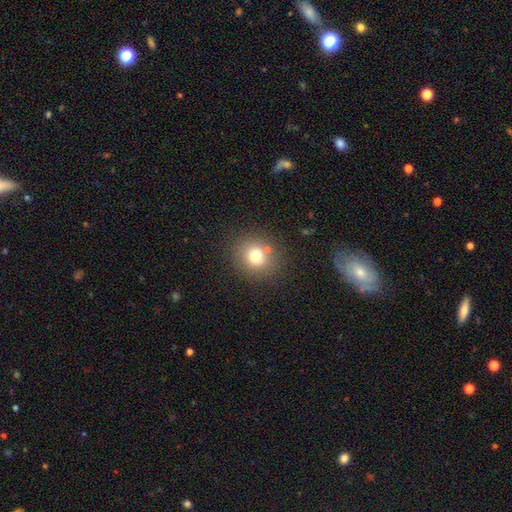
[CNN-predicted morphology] smooth-or-featured: smooth: 73% | star or artifact: 15% | featured or disk: 12%
  how-rounded: round: 84% | in between: 15% | cigar-shaped: 1%
  merging: none: 80% | minor disturbance: 9% | merger: 7% | major disturbance: 4%